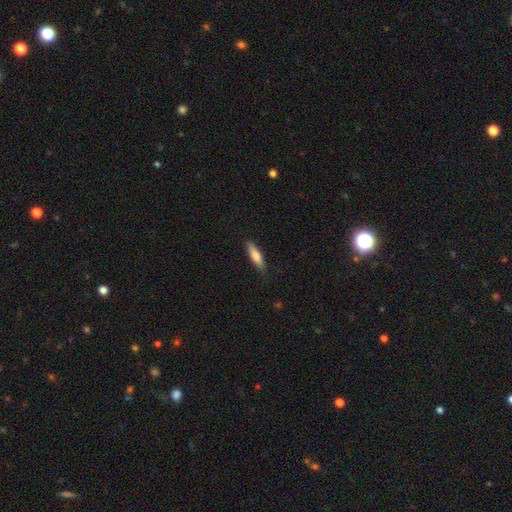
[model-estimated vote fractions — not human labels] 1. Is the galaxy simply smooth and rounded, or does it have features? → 75% smooth, 20% featured or disk, 6% star or artifact.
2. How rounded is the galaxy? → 68% cigar-shaped, 30% in between, 2% round.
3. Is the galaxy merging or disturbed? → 84% none, 13% minor disturbance, 2% major disturbance, 1% merger.